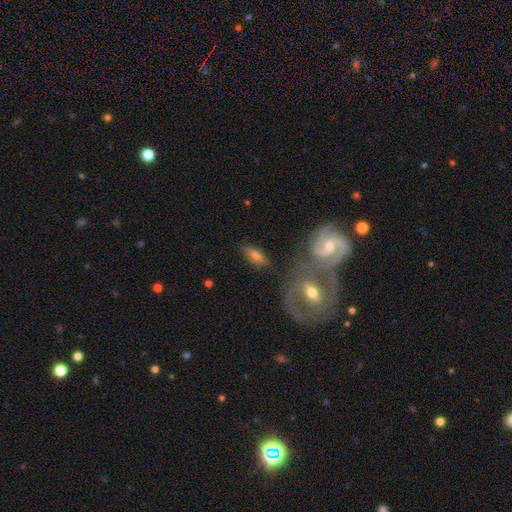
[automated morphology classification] Smooth or featured?
  - smooth: 58% *
  - featured or disk: 33%
  - star or artifact: 9%
How rounded?
  - in between: 73% *
  - cigar-shaped: 21%
  - round: 6%
Merging?
  - none: 73% *
  - minor disturbance: 15%
  - merger: 7%
  - major disturbance: 5%